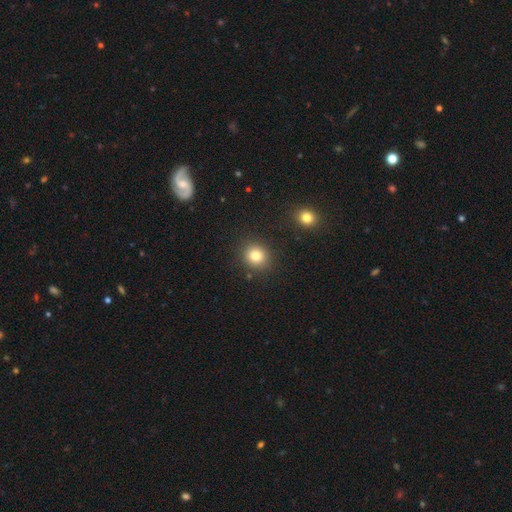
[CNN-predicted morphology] smooth 81%, star or artifact 12%, featured or disk 7%. Down the decision tree: how rounded — round (86%); merging — none (88%).